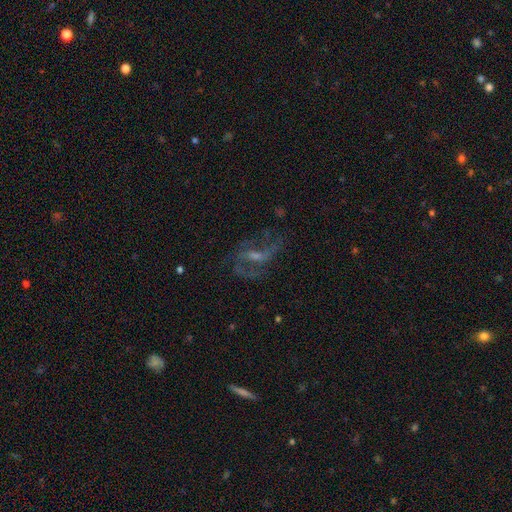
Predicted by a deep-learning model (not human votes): This appears to be a featured or disk galaxy (76%) with a weak bar (49%), 2 (64%) loose (49%) spiral arms (86%) and a small central bulge (45%). Merging: none (60%).